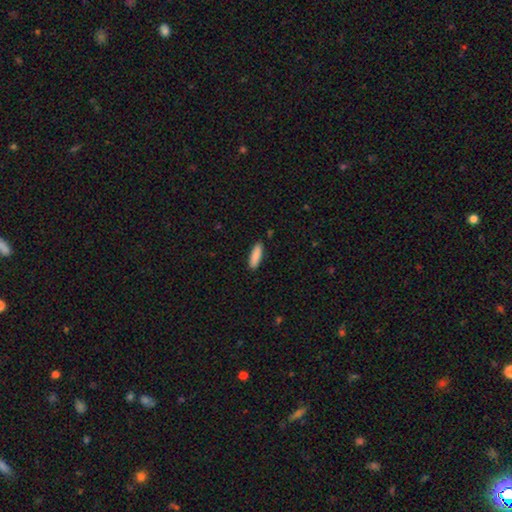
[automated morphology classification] Q: Smooth or featured?
A: smooth (89%); runner-up: star or artifact (6%)
Q: How rounded?
A: cigar-shaped (57%); runner-up: in between (42%)
Q: Merging?
A: none (88%); runner-up: minor disturbance (9%)